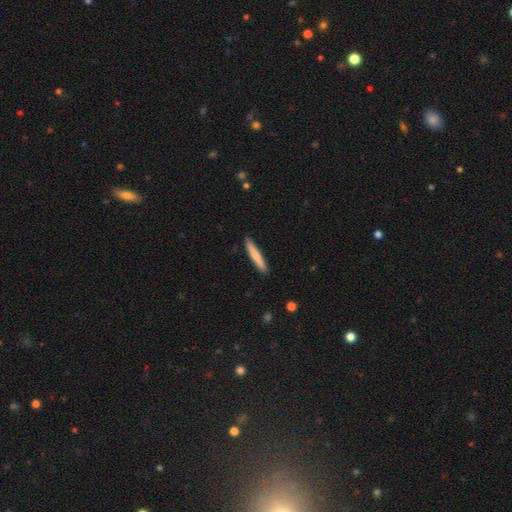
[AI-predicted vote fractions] This appears to be a smooth galaxy with no disk features (75%) that is cigar-shaped (94%). Merging: none (90%).